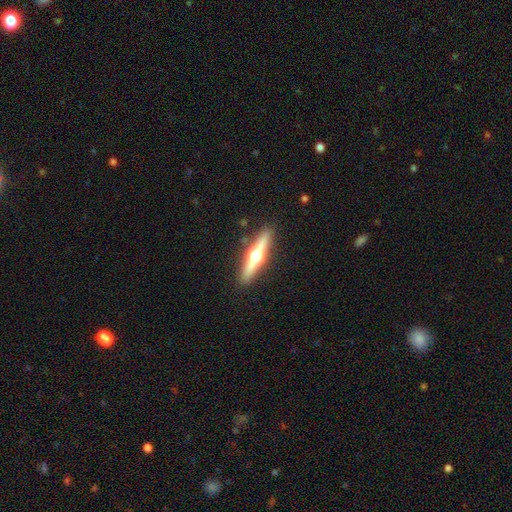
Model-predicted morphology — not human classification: smooth_or_featured: featured or disk (p=0.68) [alt: smooth p=0.26]
disk_edge_on: yes (p=0.97) [alt: no p=0.03]
edge_on_bulge: rounded (p=0.96) [alt: boxy p=0.02]
merging: none (p=0.90) [alt: minor disturbance p=0.07]